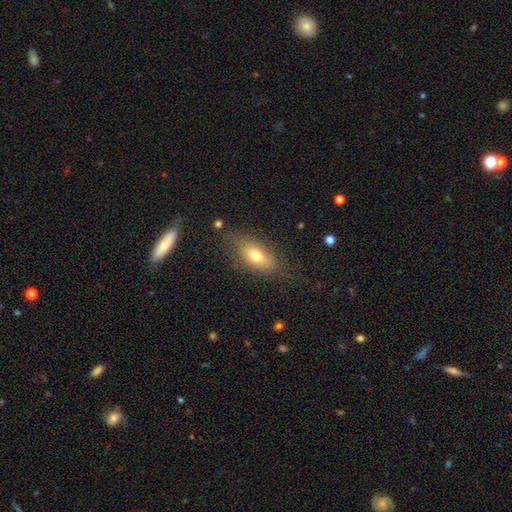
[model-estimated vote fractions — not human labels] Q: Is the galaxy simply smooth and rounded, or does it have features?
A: smooth — 72%.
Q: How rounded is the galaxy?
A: in between — 83%.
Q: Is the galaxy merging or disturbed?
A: none — 77%.